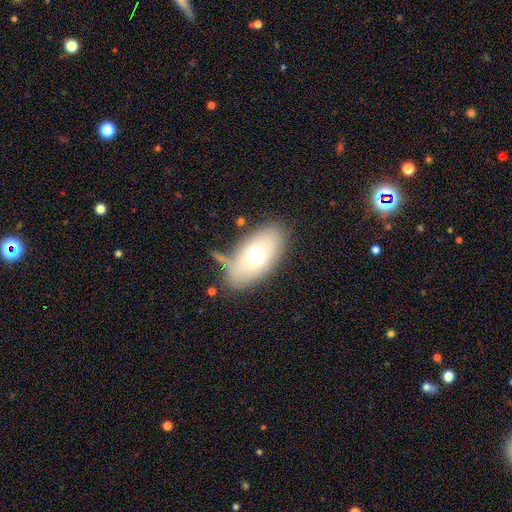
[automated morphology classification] Q: Smooth or featured?
A: smooth (64%); runner-up: featured or disk (25%)
Q: How rounded?
A: in between (88%); runner-up: round (9%)
Q: Merging?
A: none (66%); runner-up: minor disturbance (16%)